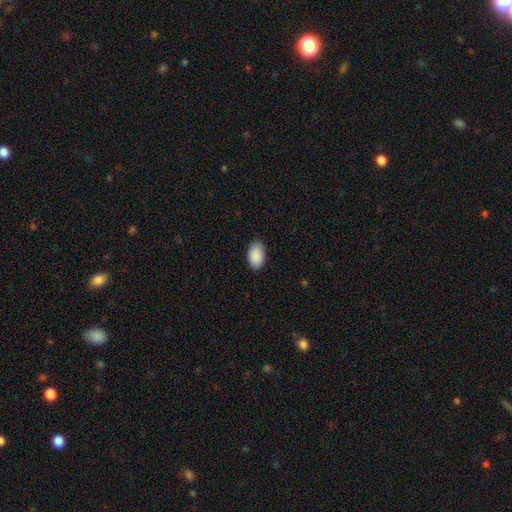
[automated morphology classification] Overall: smooth (91%). How rounded: in between (95%). Merging: none (87%).